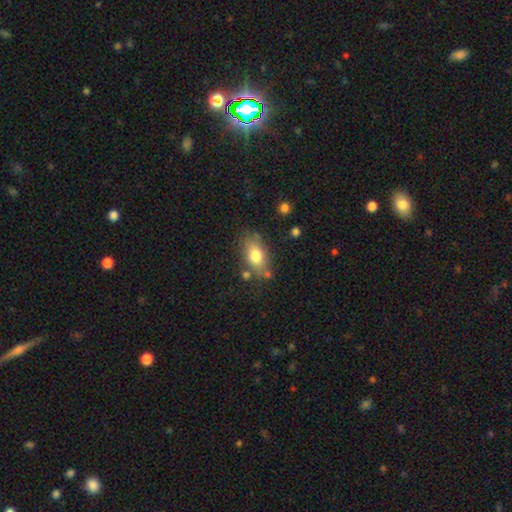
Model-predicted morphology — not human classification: A smooth galaxy with no disk features (75%) that is in between round and cigar-shaped (83%).

Vote fractions:
- Smooth or featured? smooth: 75% / featured or disk: 16% / star or artifact: 9%
- How rounded? in between: 83% / round: 12% / cigar-shaped: 5%
- Merging? none: 70% / minor disturbance: 17% / merger: 7% / major disturbance: 5%